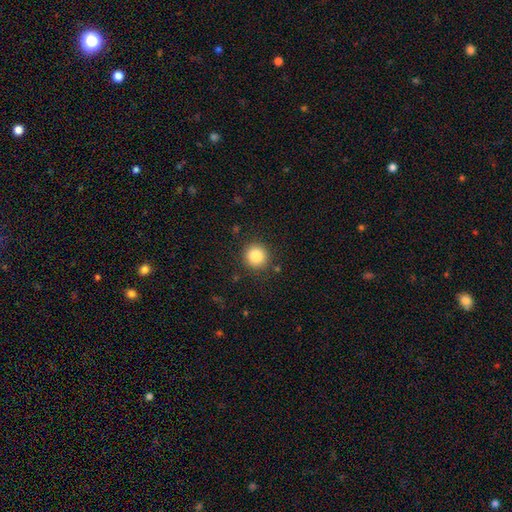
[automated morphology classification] Smooth or featured? Predicted: smooth (p=0.84). How rounded? Predicted: round (p=0.94). Merging? Predicted: none (p=0.89).